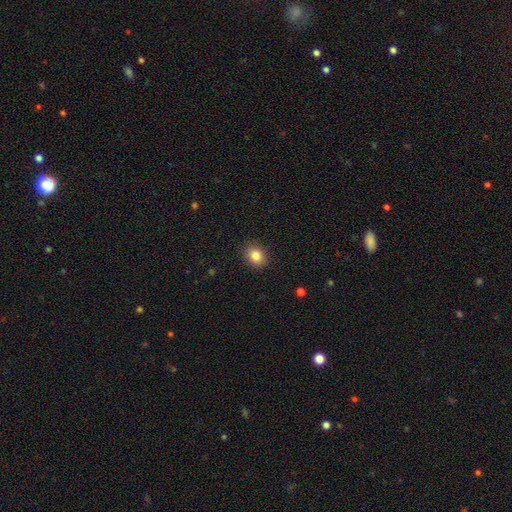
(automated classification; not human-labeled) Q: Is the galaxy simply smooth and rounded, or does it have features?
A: smooth — 83%.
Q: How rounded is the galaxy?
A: round — 53%.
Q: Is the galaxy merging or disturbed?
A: none — 90%.